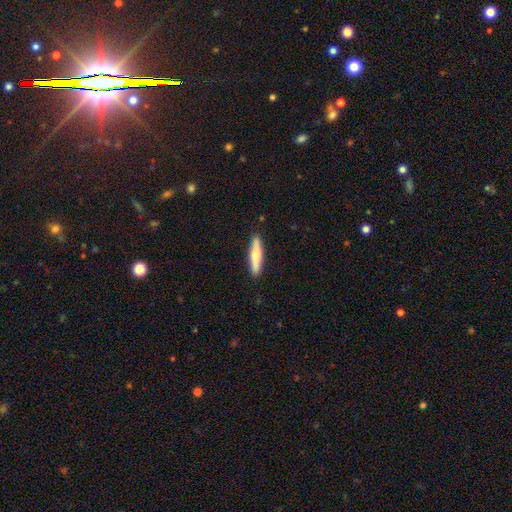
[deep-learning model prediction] smooth 57%, featured or disk 38%, star or artifact 5%. Down the decision tree: how rounded — cigar-shaped (87%); merging — none (89%).